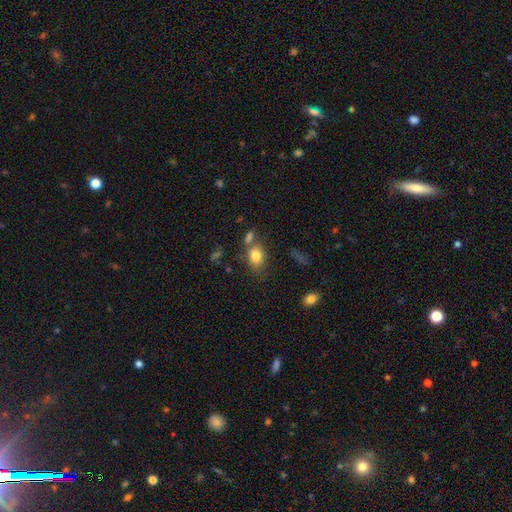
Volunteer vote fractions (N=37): A smooth galaxy with no disk features (92%) that is in between round and cigar-shaped (79%).

Vote fractions:
- Smooth or featured? smooth: 92% / featured or disk: 5% / star or artifact: 3%
- How rounded? in between: 79% / round: 21% / cigar-shaped: 0%
- Merging? none: 64% / minor disturbance: 19% / merger: 14% / major disturbance: 3%